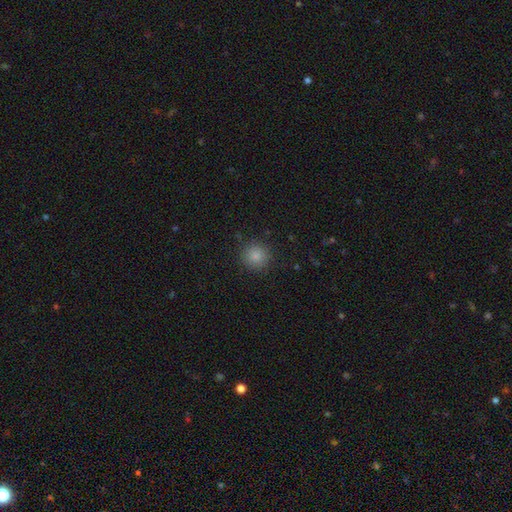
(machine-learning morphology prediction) This is clearly a smooth galaxy (84%). How rounded: clearly round (94%). Merging: clearly none (89%).